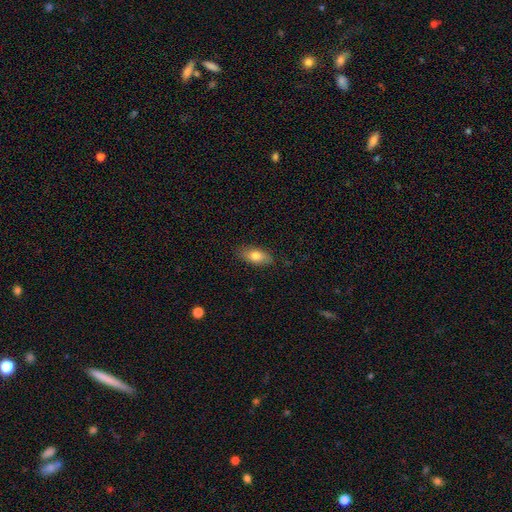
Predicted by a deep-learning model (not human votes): This appears to be a smooth galaxy with no disk features (77%) that is in between round and cigar-shaped (86%). Merging: none (84%).